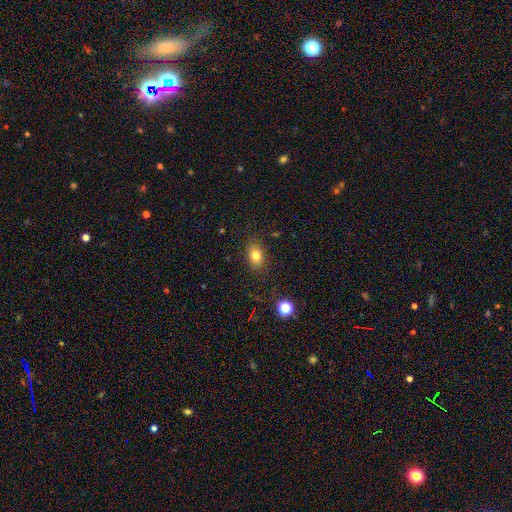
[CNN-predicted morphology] smooth_or_featured: smooth (p=0.79) [alt: star or artifact p=0.12]
how_rounded: in between (p=0.73) [alt: round p=0.25]
merging: none (p=0.84) [alt: minor disturbance p=0.11]